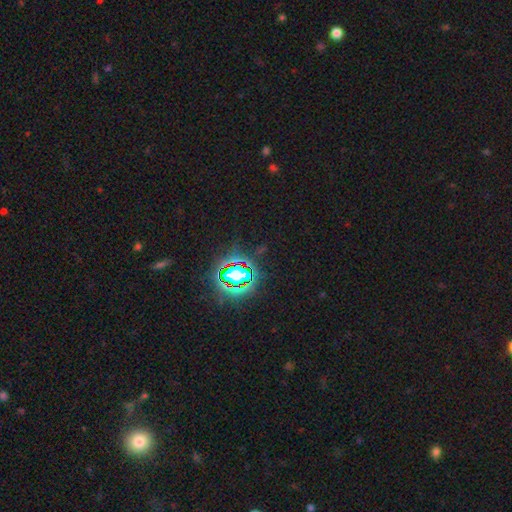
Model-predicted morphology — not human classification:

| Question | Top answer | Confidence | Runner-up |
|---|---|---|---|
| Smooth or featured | star or artifact | 81% | smooth (12%) |